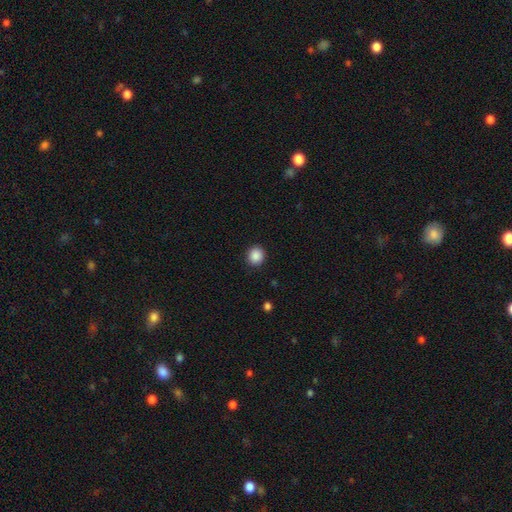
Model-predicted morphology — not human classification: type=smooth (88%); roundness=round (85%); merging=none (91%).